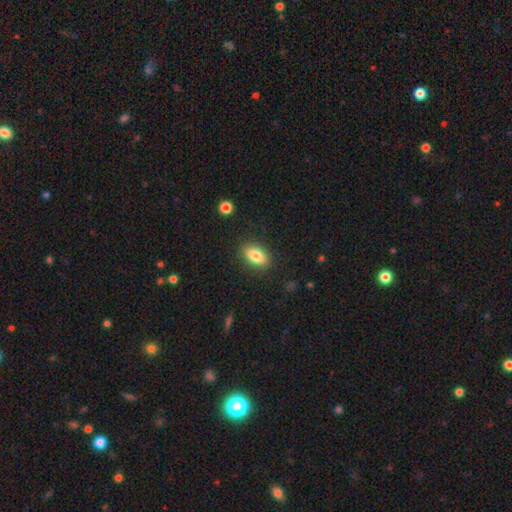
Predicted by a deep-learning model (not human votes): Morphology: type=smooth (80%); roundness=in between (87%); merging=none (87%).